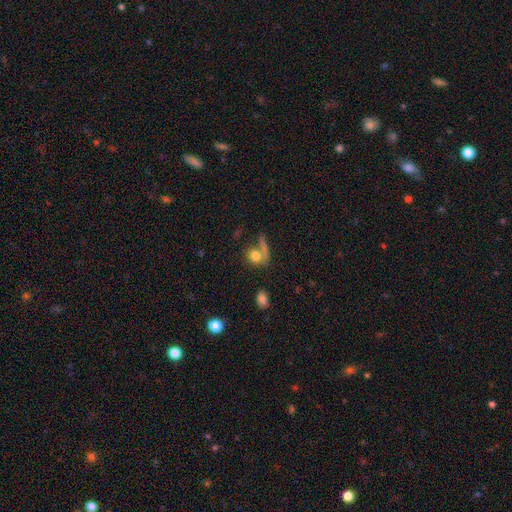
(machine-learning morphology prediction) A smooth galaxy with no disk features (75%) that is round (63%).

Vote fractions:
- Smooth or featured? smooth: 75% / featured or disk: 15% / star or artifact: 11%
- How rounded? round: 63% / in between: 33% / cigar-shaped: 4%
- Merging? none: 47% / merger: 26% / major disturbance: 13% / minor disturbance: 13%